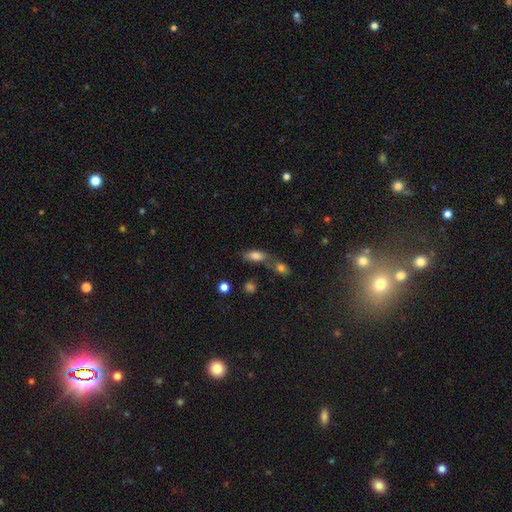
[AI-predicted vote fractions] Morphology: type=smooth (78%); roundness=in between (81%); merging=none (47%).